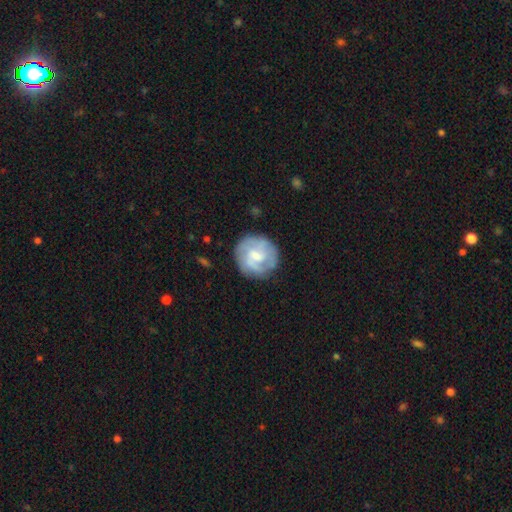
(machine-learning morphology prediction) featured or disk 64%, smooth 30%, star or artifact 6%. Down the decision tree: edge-on disk — no (98%); bar — weak (55%); spiral arms — yes (84%); spiral arm count — 2 (36%); spiral winding — tight (45%); bulge size — moderate (42%, tied with small); merging — none (76%).